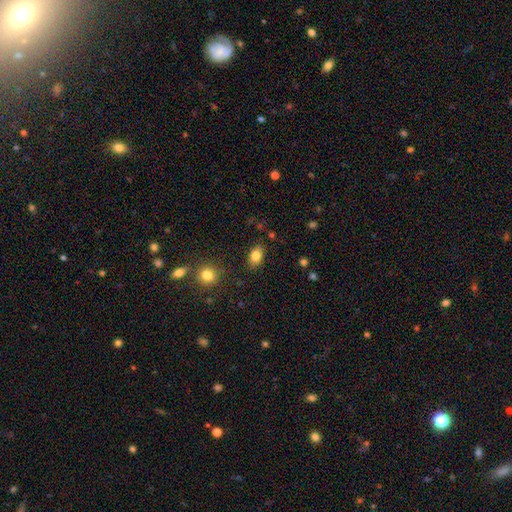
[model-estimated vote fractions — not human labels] smooth-or-featured: smooth: 83% | star or artifact: 9% | featured or disk: 8%
  how-rounded: in between: 85% | round: 14% | cigar-shaped: 2%
  merging: none: 85% | minor disturbance: 11% | major disturbance: 3% | merger: 2%